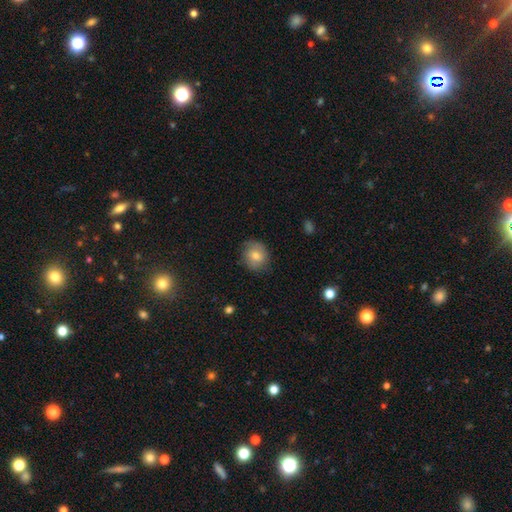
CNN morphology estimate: Overall: smooth (67%). How rounded: round (74%). Merging: none (78%).